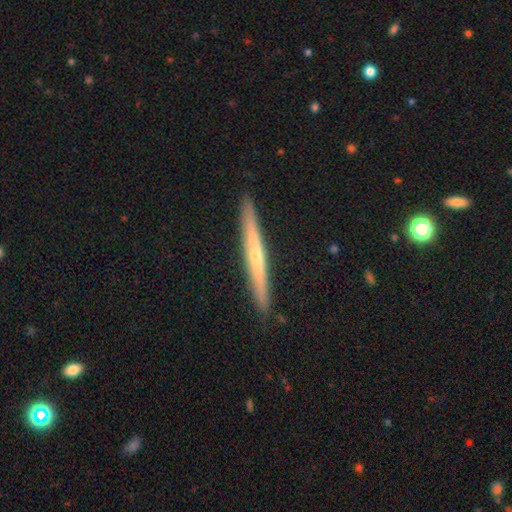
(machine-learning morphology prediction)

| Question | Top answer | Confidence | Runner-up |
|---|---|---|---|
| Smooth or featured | featured or disk | 64% | smooth (31%) |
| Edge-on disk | yes | 97% | no (3%) |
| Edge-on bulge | rounded | 58% | none (39%) |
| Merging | none | 92% | minor disturbance (6%) |